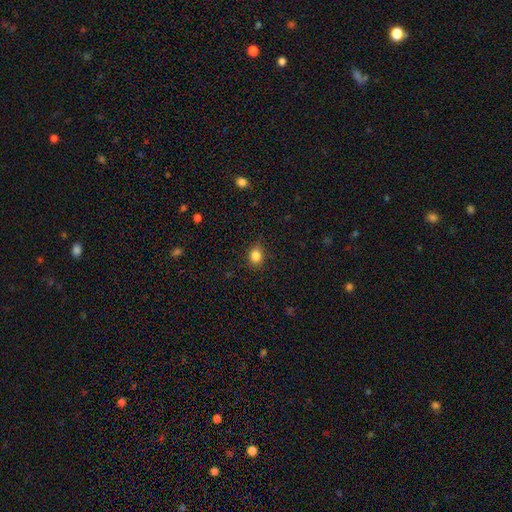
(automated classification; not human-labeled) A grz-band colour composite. It shows a smooth galaxy with no disk features (85%) that is round (56%). Merging: none (82%).